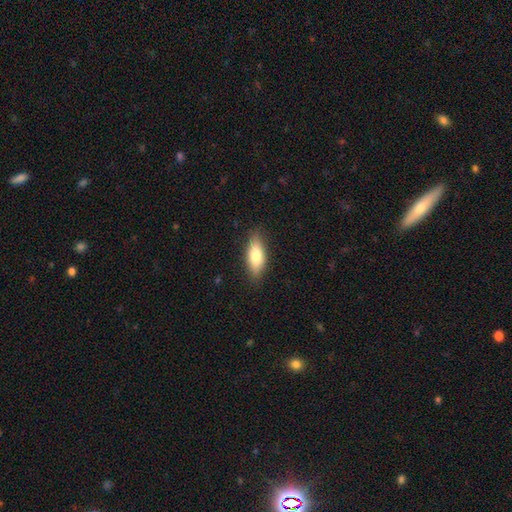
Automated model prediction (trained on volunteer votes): Smooth or featured?
  - smooth: 77% *
  - featured or disk: 17%
  - star or artifact: 6%
How rounded?
  - in between: 72% *
  - cigar-shaped: 25%
  - round: 3%
Merging?
  - none: 85% *
  - minor disturbance: 11%
  - major disturbance: 2%
  - merger: 1%